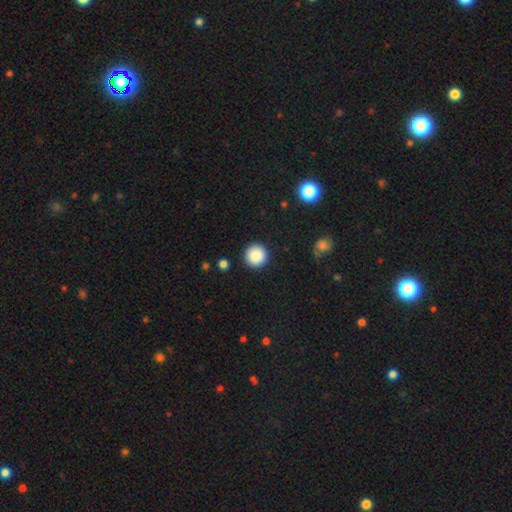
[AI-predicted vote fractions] A smooth galaxy with no disk features (88%) that is round (96%).

Vote fractions:
- Smooth or featured? smooth: 88% / star or artifact: 8% / featured or disk: 4%
- How rounded? round: 96% / in between: 3% / cigar-shaped: 1%
- Merging? none: 91% / minor disturbance: 6% / major disturbance: 2% / merger: 1%